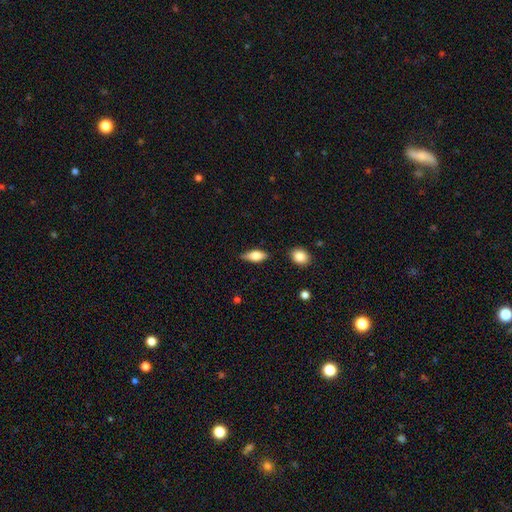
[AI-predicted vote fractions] This appears to be a smooth galaxy with no disk features (70%) that is in between round and cigar-shaped (80%). Merging: none (78%).